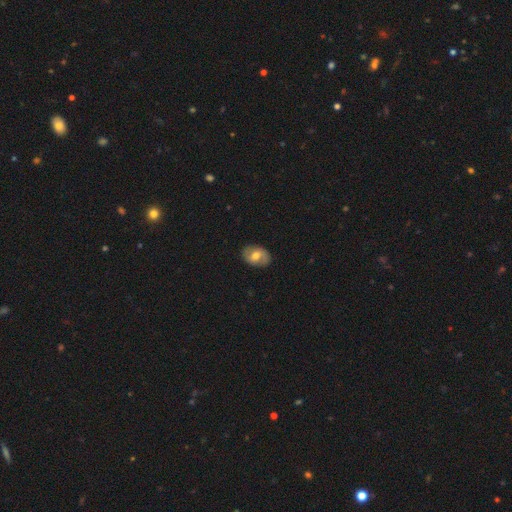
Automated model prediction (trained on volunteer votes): Smooth or featured: smooth — 53% (featured or disk — 39%)
How rounded: in between — 77% (round — 21%)
Merging: none — 83% (minor disturbance — 13%)